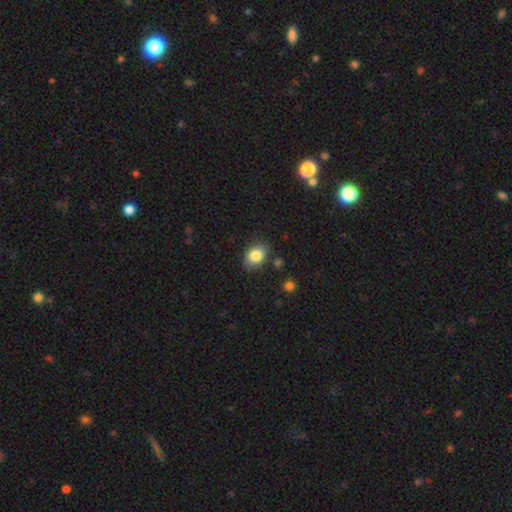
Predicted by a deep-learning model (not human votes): smooth_or_featured: smooth (p=0.83) [alt: featured or disk p=0.08]
how_rounded: in between (p=0.78) [alt: round p=0.21]
merging: none (p=0.83) [alt: minor disturbance p=0.12]